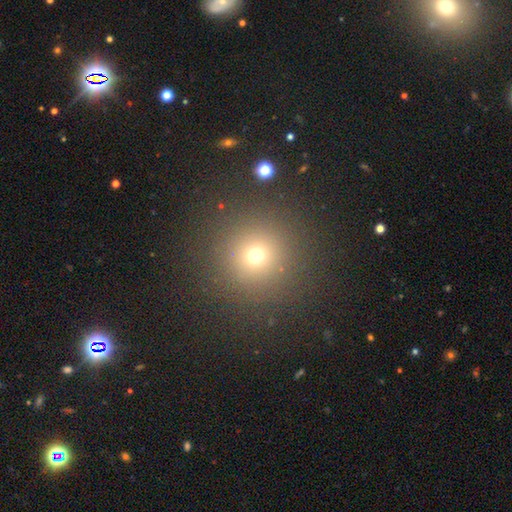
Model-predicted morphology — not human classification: Smooth or featured? smooth (69%)
How rounded? round (95%)
Merging? none (88%)